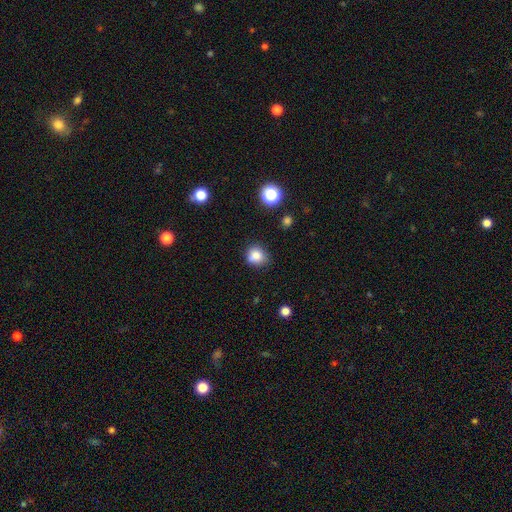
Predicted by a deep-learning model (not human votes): smooth-or-featured: smooth: 82% | star or artifact: 12% | featured or disk: 6%
  how-rounded: round: 77% | in between: 22% | cigar-shaped: 1%
  merging: none: 70% | minor disturbance: 21% | major disturbance: 5% | merger: 5%